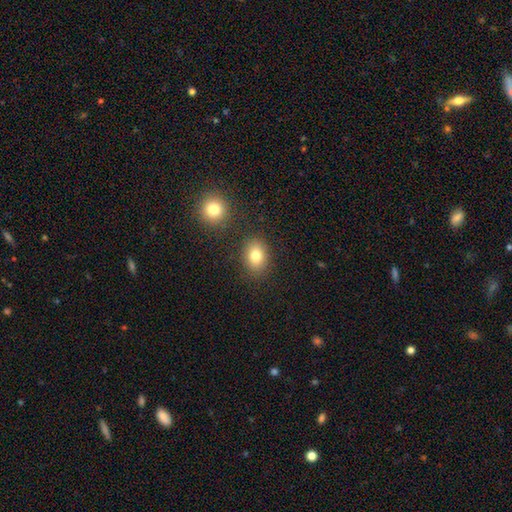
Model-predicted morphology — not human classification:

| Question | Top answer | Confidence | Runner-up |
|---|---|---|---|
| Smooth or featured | smooth | 80% | star or artifact (11%) |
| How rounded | in between | 58% | round (41%) |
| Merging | none | 83% | minor disturbance (9%) |